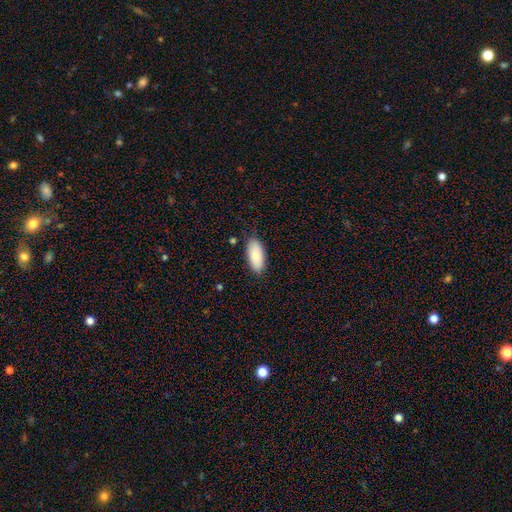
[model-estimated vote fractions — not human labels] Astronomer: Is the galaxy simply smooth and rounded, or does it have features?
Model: smooth — 87%.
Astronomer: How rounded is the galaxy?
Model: in between — 90%.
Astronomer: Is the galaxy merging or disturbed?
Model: none — 85%.